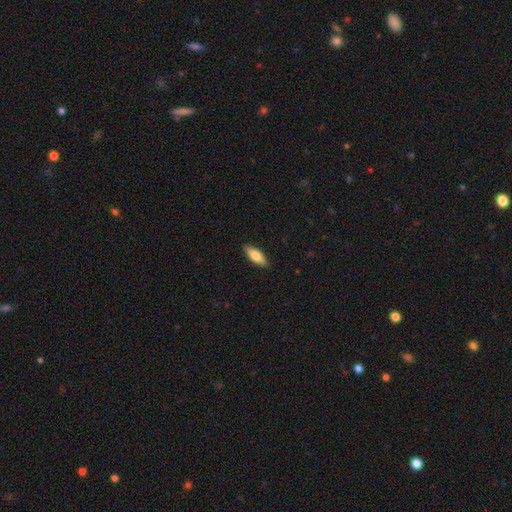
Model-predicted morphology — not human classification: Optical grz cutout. It shows a smooth galaxy with no disk features (70%) that is in between round and cigar-shaped (68%). Merging: none (89%).